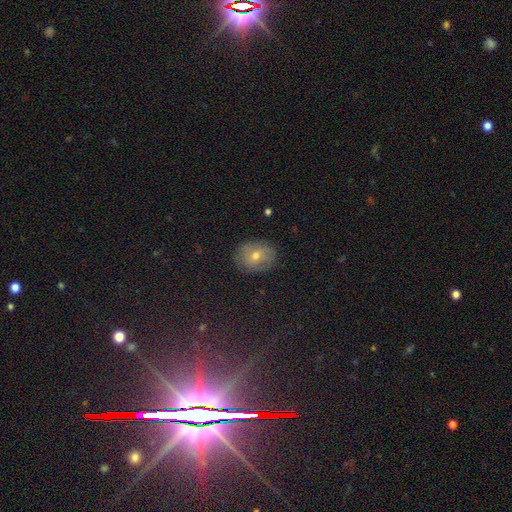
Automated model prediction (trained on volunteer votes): This is possibly a smooth galaxy (53%). How rounded: possibly in between (51%). Merging: clearly none (86%).